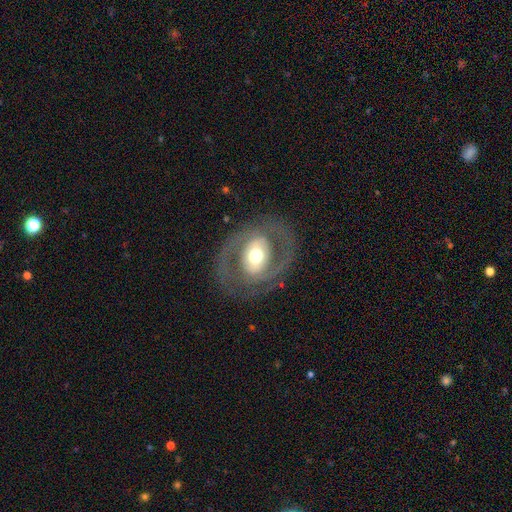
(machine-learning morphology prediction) type=featured or disk (71%); edge-on=no (94%); bar=no (45%); spiral arms=no (52%); bulge=moderate (60%); merging=none (77%).